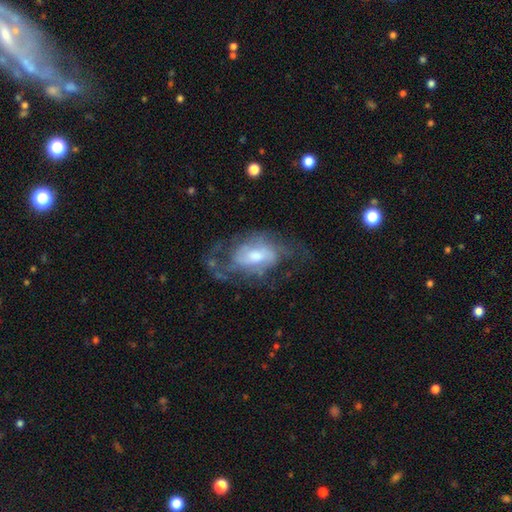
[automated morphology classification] smooth-or-featured: featured or disk: 73% | smooth: 20% | star or artifact: 7%
  disk-edge-on: no: 95% | yes: 5%
    bar: no: 52% | weak: 38% | strong: 10%
    has-spiral-arms: yes: 78% | no: 22%
      spiral-winding: medium: 44% | tight: 30% | loose: 26%
      spiral-arm-count: can't tell: 38% | 2: 36% | 3: 12% | 1: 6% | 4: 5% | more than 4: 4%
    bulge-size: moderate: 52% | small: 24% | large: 18% | none: 4% | dominant: 2%
  merging: none: 47% | major disturbance: 29% | minor disturbance: 22% | merger: 2%